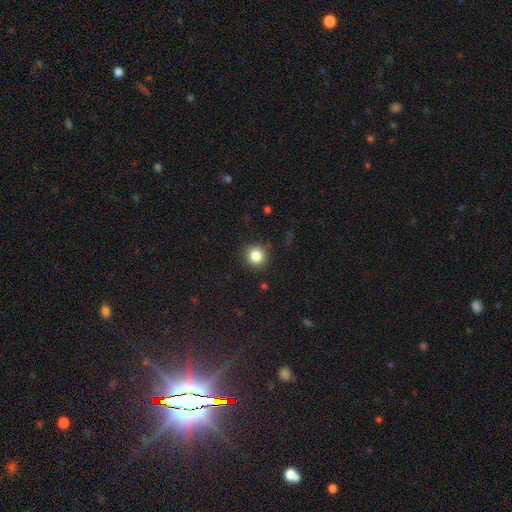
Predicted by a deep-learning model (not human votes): smooth_or_featured: smooth (p=0.83) [alt: star or artifact p=0.11]
how_rounded: round (p=0.92) [alt: in between p=0.07]
merging: none (p=0.90) [alt: minor disturbance p=0.07]